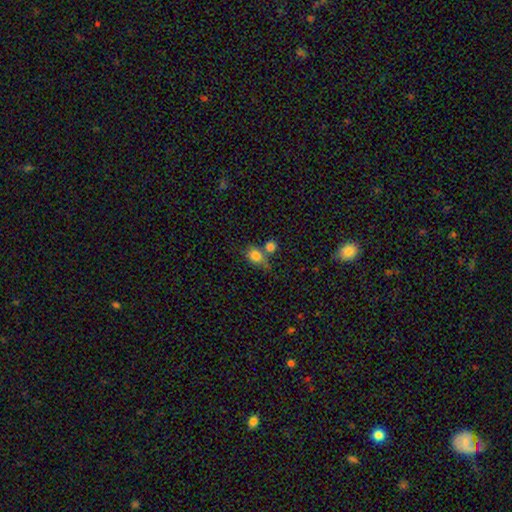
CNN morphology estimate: A smooth galaxy with no disk features (82%) that is in between round and cigar-shaped (57%).

Vote fractions:
- Smooth or featured? smooth: 82% / star or artifact: 10% / featured or disk: 8%
- How rounded? in between: 57% / round: 41% / cigar-shaped: 2%
- Merging? none: 41% / merger: 38% / minor disturbance: 14% / major disturbance: 7%